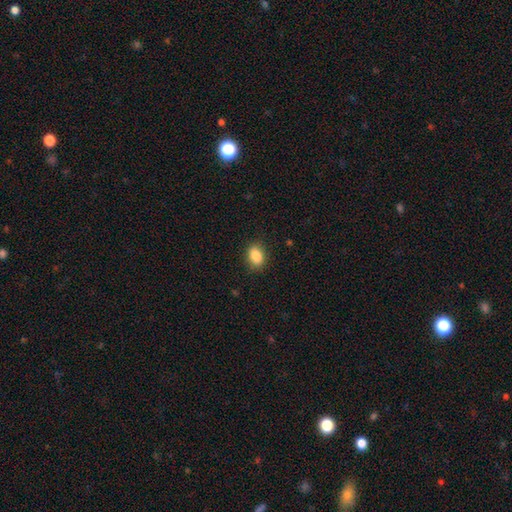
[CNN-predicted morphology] Q: Smooth or featured?
A: smooth (87%); runner-up: star or artifact (8%)
Q: How rounded?
A: in between (77%); runner-up: round (22%)
Q: Merging?
A: none (87%); runner-up: minor disturbance (10%)